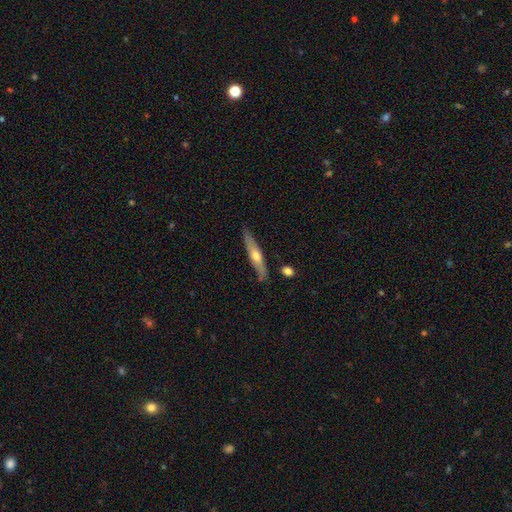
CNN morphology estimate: smooth-or-featured: featured or disk: 59% | smooth: 35% | star or artifact: 6%
  disk-edge-on: yes: 88% | no: 12%
    edge-on-bulge: rounded: 86% | none: 11% | boxy: 3%
  merging: none: 86% | minor disturbance: 10% | merger: 2% | major disturbance: 2%